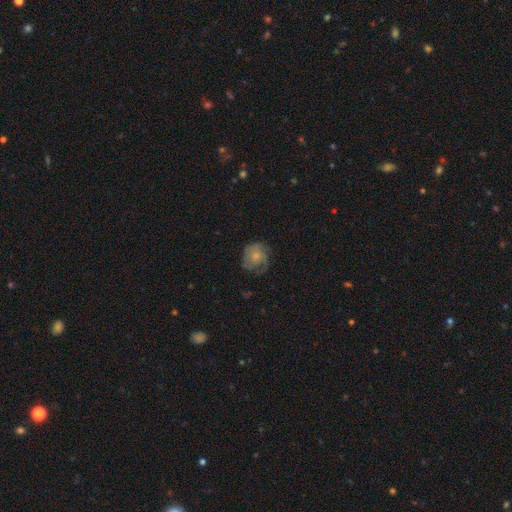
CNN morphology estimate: A smooth galaxy with no disk features (48%). Merging: none (59%).